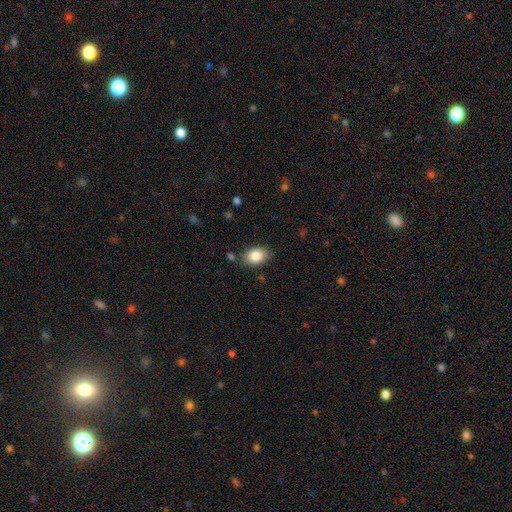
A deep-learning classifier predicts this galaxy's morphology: This appears to be a smooth galaxy with no disk features (85%) that is in between round and cigar-shaped (83%). Merging: none (82%).